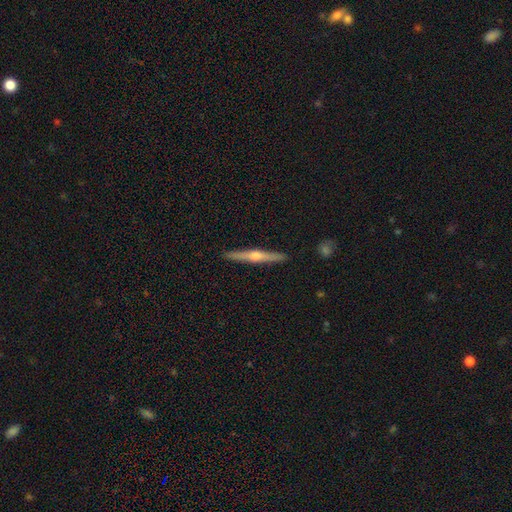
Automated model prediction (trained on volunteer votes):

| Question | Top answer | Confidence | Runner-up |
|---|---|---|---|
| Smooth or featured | featured or disk | 71% | smooth (23%) |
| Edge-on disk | yes | 98% | no (2%) |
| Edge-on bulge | rounded | 90% | none (6%) |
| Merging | none | 92% | minor disturbance (6%) |